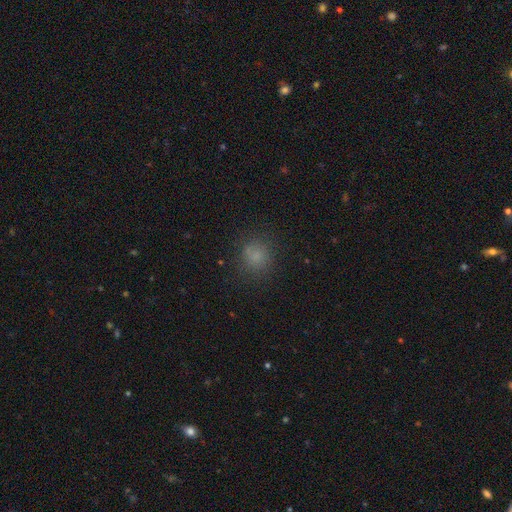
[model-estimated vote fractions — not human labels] Smooth or featured? Predicted: smooth (p=0.78). How rounded? Predicted: round (p=0.85). Merging? Predicted: none (p=0.81).